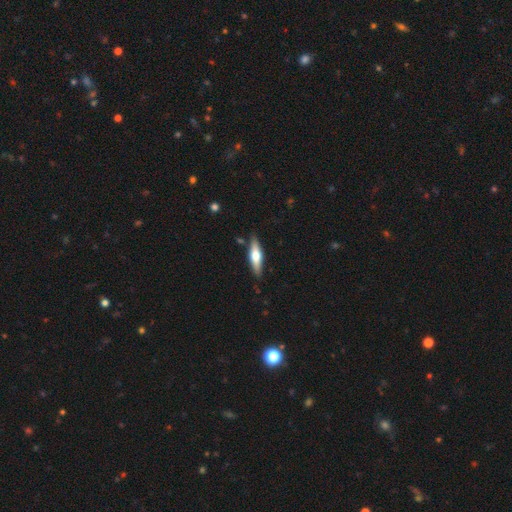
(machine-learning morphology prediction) Q: Smooth or featured?
A: featured or disk (50%); runner-up: smooth (45%)
Q: Edge-on disk?
A: yes (91%); runner-up: no (9%)
Q: Merging?
A: none (85%); runner-up: minor disturbance (11%)